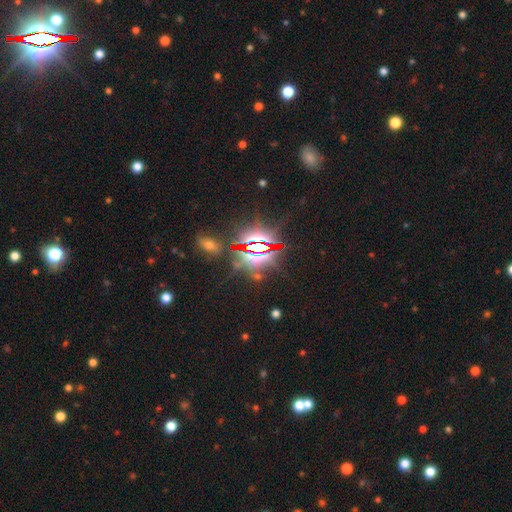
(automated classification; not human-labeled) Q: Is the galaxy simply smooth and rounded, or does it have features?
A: star or artifact — 83%.